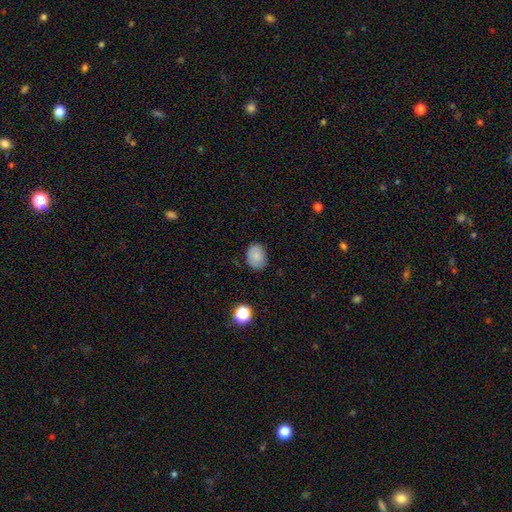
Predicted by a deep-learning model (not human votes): A smooth galaxy with no disk features (83%) that is in between round and cigar-shaped (67%). Merging: none (83%).